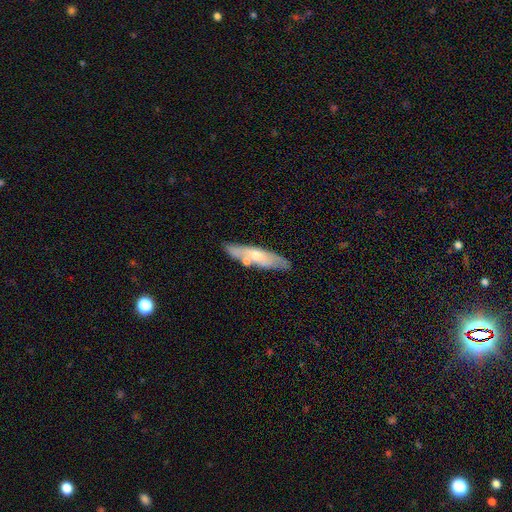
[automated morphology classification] A featured or disk galaxy (48%). Merging: none (69%).